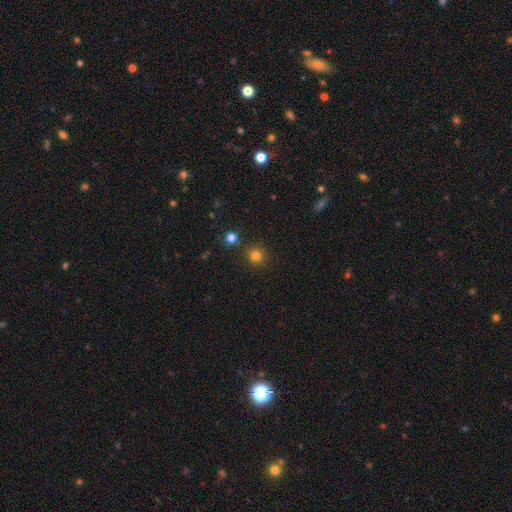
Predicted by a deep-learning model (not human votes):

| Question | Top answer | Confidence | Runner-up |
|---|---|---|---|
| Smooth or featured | smooth | 80% | star or artifact (16%) |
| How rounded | round | 94% | in between (5%) |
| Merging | none | 88% | minor disturbance (6%) |